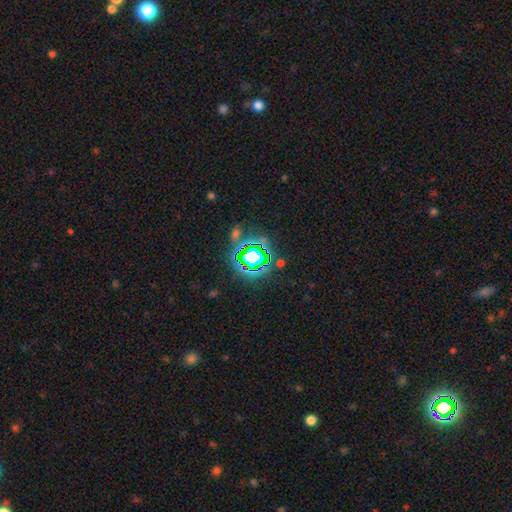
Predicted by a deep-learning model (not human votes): A star or artifact, not a galaxy (75%).

Vote fractions:
- Smooth or featured? star or artifact: 75% / smooth: 15% / featured or disk: 9%